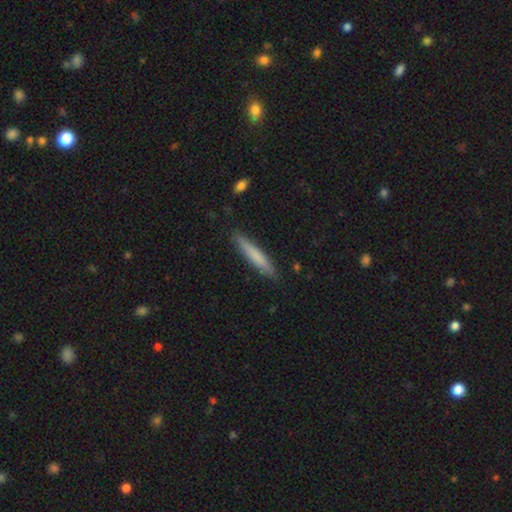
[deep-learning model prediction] smooth_or_featured: smooth (p=0.75) [alt: featured or disk p=0.20]
how_rounded: cigar-shaped (p=0.94) [alt: in between p=0.05]
merging: none (p=0.87) [alt: minor disturbance p=0.10]